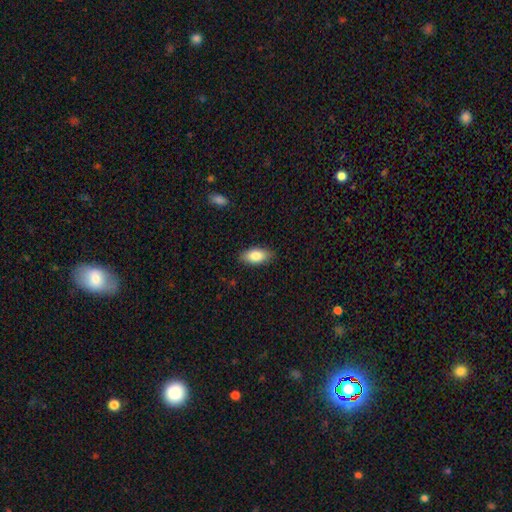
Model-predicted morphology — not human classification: Smooth or featured: smooth — 83% (featured or disk — 10%)
How rounded: in between — 90% (cigar-shaped — 7%)
Merging: none — 87% (minor disturbance — 10%)